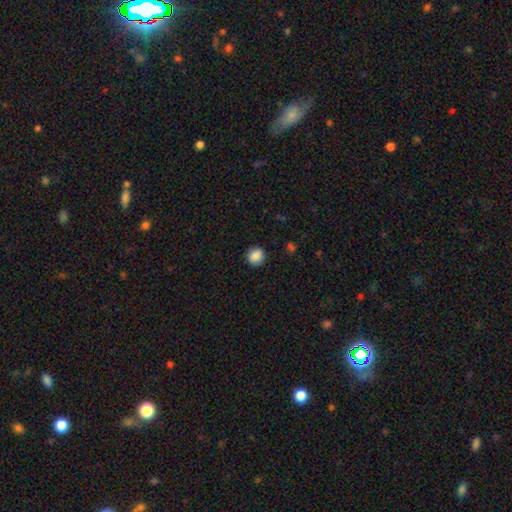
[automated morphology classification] Q: Smooth or featured?
A: smooth (88%); runner-up: star or artifact (9%)
Q: How rounded?
A: round (84%); runner-up: in between (15%)
Q: Merging?
A: none (90%); runner-up: minor disturbance (7%)